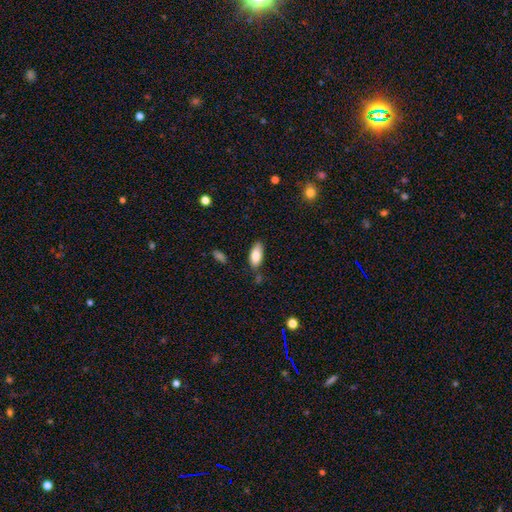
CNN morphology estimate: Smooth or featured? smooth (83%)
How rounded? in between (88%)
Merging? none (76%)